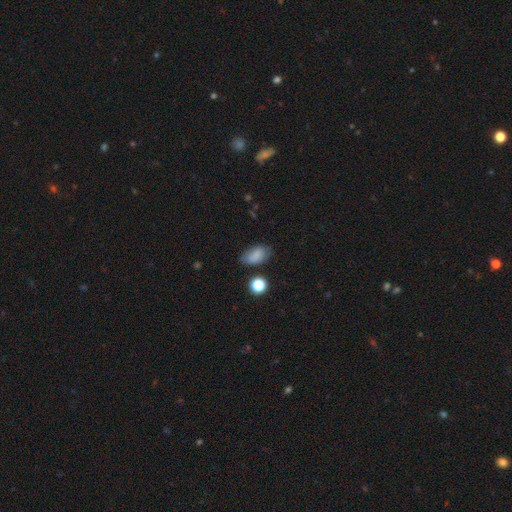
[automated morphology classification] Q: Smooth or featured?
A: smooth (82%); runner-up: star or artifact (10%)
Q: How rounded?
A: in between (89%); runner-up: round (8%)
Q: Merging?
A: none (70%); runner-up: minor disturbance (22%)